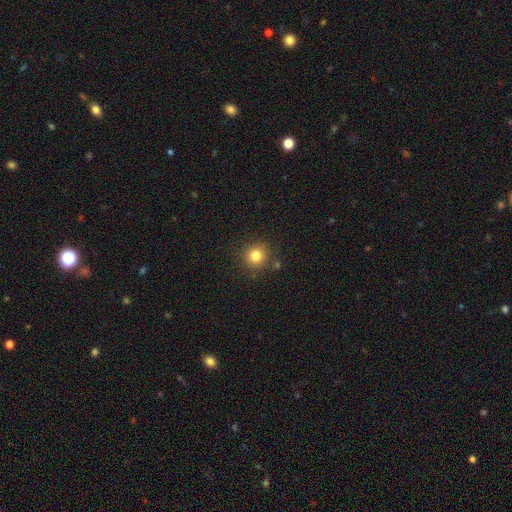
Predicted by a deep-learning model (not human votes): A smooth galaxy with no disk features (81%) that is round (93%). Merging: none (85%).